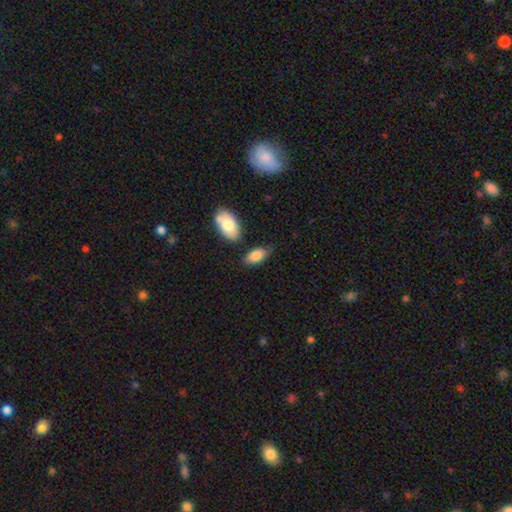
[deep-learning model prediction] Smooth or featured? smooth (83%)
How rounded? in between (92%)
Merging? none (66%)